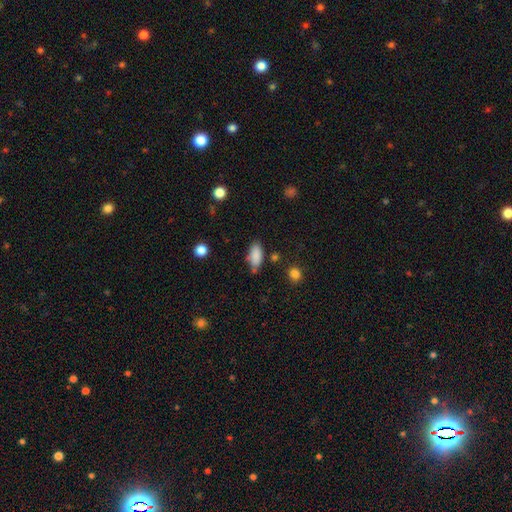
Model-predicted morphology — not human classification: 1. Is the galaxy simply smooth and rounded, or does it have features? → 86% smooth, 8% star or artifact, 6% featured or disk.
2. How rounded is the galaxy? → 88% in between, 9% cigar-shaped, 3% round.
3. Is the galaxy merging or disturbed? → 66% none, 21% minor disturbance, 7% merger, 5% major disturbance.